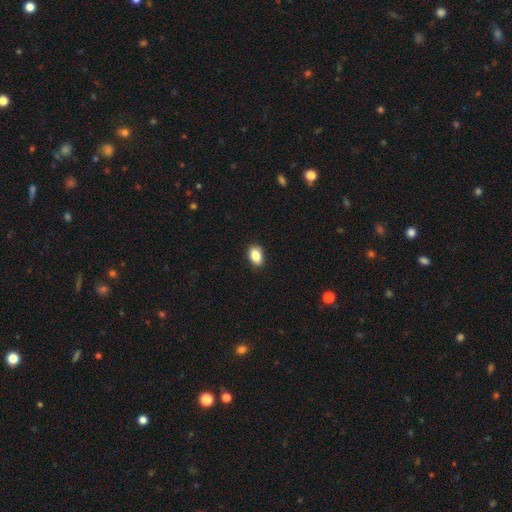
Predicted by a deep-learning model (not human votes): A smooth galaxy with no disk features (86%) that is in between round and cigar-shaped (84%).

Vote fractions:
- Smooth or featured? smooth: 86% / star or artifact: 8% / featured or disk: 6%
- How rounded? in between: 84% / round: 15% / cigar-shaped: 2%
- Merging? none: 88% / minor disturbance: 9% / major disturbance: 2% / merger: 1%